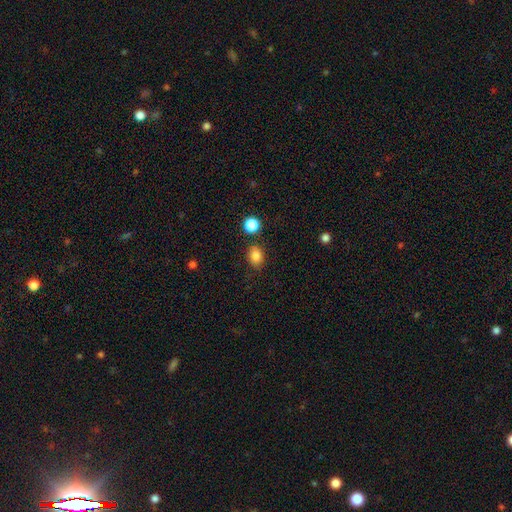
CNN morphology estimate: A smooth galaxy with no disk features (84%) that is in between round and cigar-shaped (55%). Merging: none (80%).